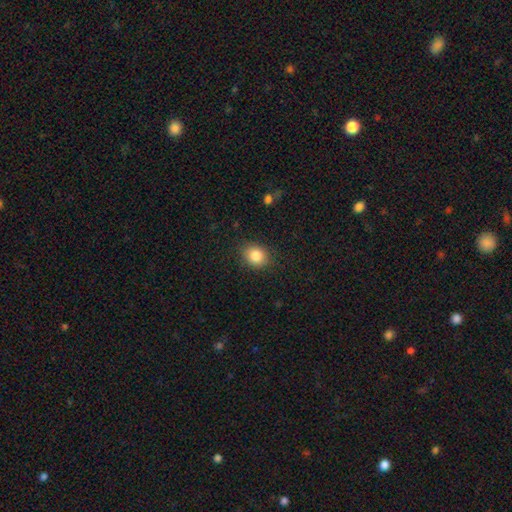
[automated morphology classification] smooth_or_featured: smooth (p=0.85) [alt: star or artifact p=0.09]
how_rounded: round (p=0.64) [alt: in between p=0.35]
merging: none (p=0.87) [alt: minor disturbance p=0.09]